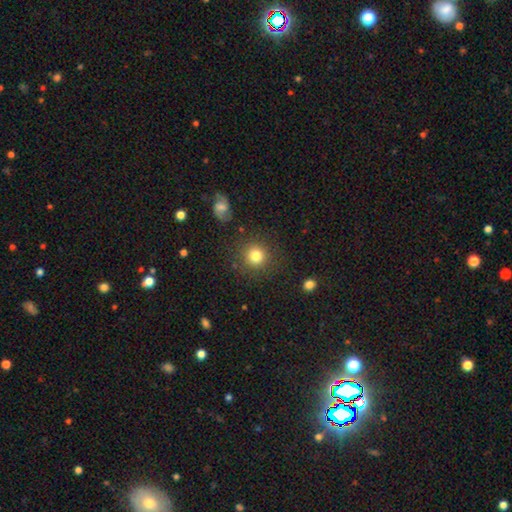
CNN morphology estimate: Smooth or featured?
  - smooth: 82% *
  - star or artifact: 11%
  - featured or disk: 7%
How rounded?
  - round: 92% *
  - in between: 7%
  - cigar-shaped: 1%
Merging?
  - none: 86% *
  - minor disturbance: 8%
  - major disturbance: 3%
  - merger: 3%